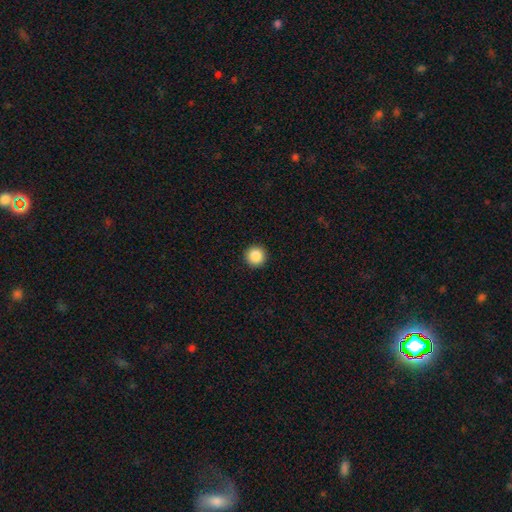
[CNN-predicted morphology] Smooth or featured? smooth (87%)
How rounded? round (96%)
Merging? none (94%)